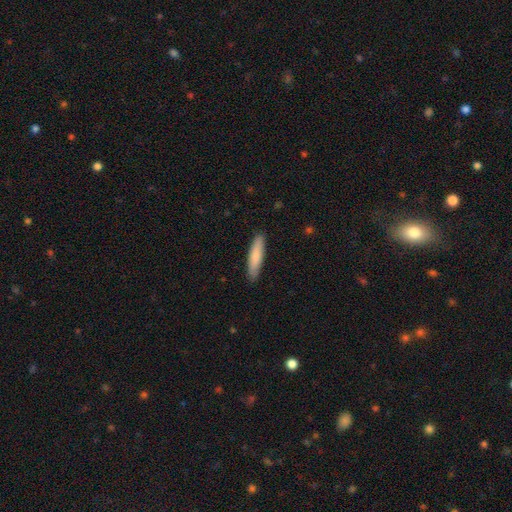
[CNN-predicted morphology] smooth-or-featured: smooth: 82% | featured or disk: 13% | star or artifact: 5%
  how-rounded: cigar-shaped: 80% | in between: 18% | round: 1%
  merging: none: 89% | minor disturbance: 9% | major disturbance: 2% | merger: 1%